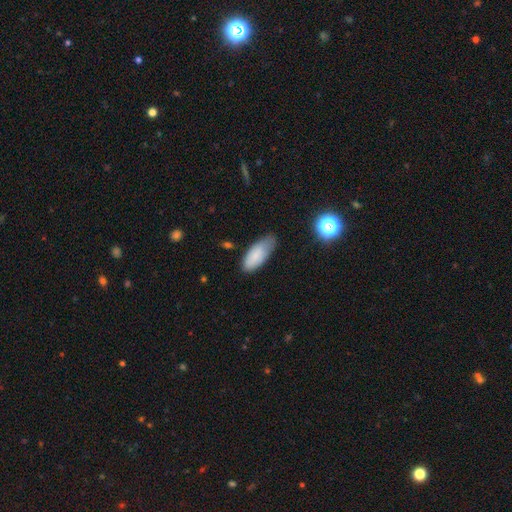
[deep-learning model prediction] Smooth or featured? smooth (82%)
How rounded? in between (84%)
Merging? none (54%)